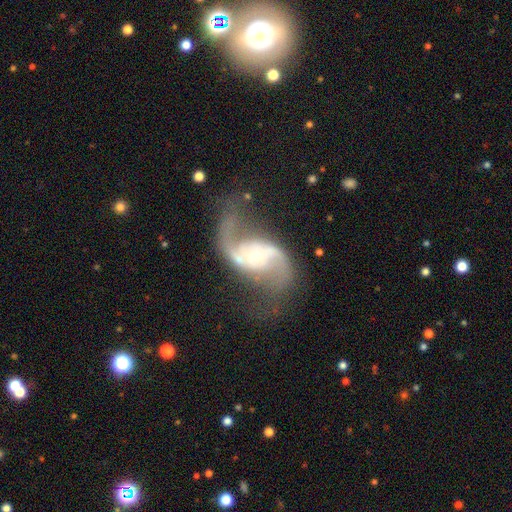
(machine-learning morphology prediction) A featured or disk galaxy (91%) with a weak bar (41%), 2 (93%) loose (66%) spiral arms (97%) and a small central bulge (50%).

Vote fractions:
- Smooth or featured? featured or disk: 91% / star or artifact: 5% / smooth: 4%
- Edge-on disk? no: 98% / yes: 2%
- Bar? weak: 41% / no: 39% / strong: 20%
- Spiral arms? yes: 97% / no: 3%
- Spiral winding? loose: 66% / medium: 29% / tight: 5%
- Spiral arm count? 2: 93% / 1: 2% / can't tell: 2% / 3: 1% / 4: 1% / more than 4: 1%
- Bulge size? small: 50% / moderate: 38% / large: 6% / none: 4% / dominant: 2%
- Merging? none: 64% / major disturbance: 16% / minor disturbance: 16% / merger: 4%